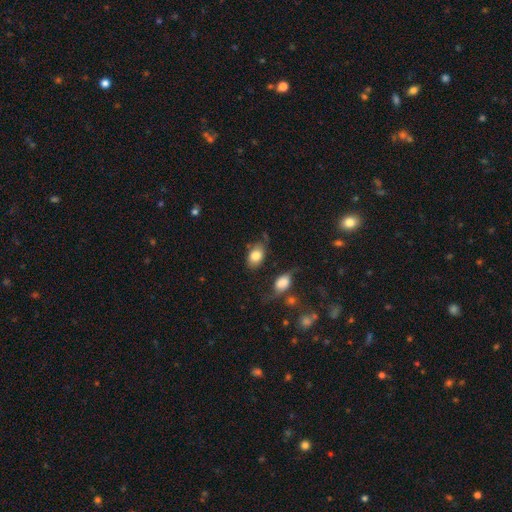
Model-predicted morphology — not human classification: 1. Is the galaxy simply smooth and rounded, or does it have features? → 81% smooth, 11% featured or disk, 8% star or artifact.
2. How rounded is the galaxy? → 82% in between, 16% round, 1% cigar-shaped.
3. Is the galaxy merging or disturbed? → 62% none, 24% minor disturbance, 9% major disturbance, 5% merger.